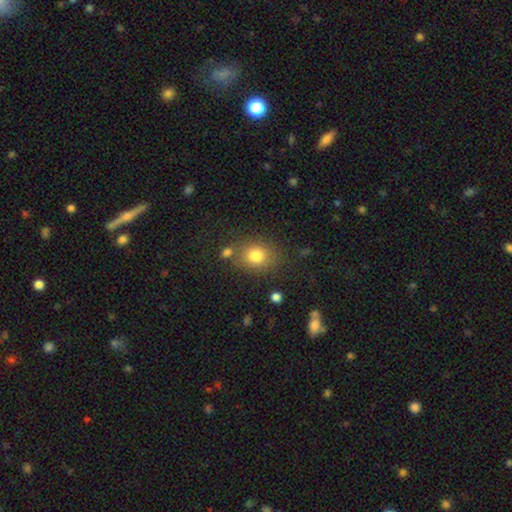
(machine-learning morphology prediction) A smooth galaxy with no disk features (79%) that is round (61%).

Vote fractions:
- Smooth or featured? smooth: 79% / star or artifact: 12% / featured or disk: 9%
- How rounded? round: 61% / in between: 38% / cigar-shaped: 1%
- Merging? none: 73% / minor disturbance: 13% / merger: 8% / major disturbance: 5%